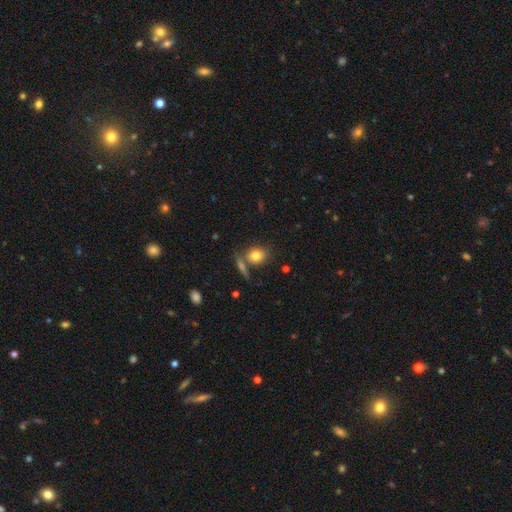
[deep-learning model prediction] A smooth galaxy with no disk features (80%) that is round (62%). Merging: none (64%).